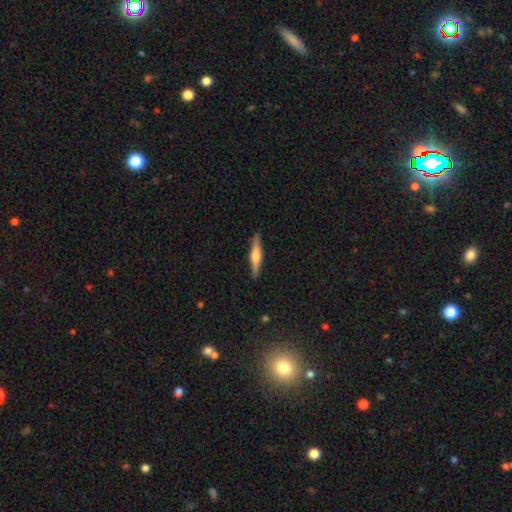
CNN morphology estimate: Smooth or featured? Predicted: featured or disk (p=0.58). Edge-on disk? Predicted: yes (p=0.97). Edge-on bulge? Predicted: rounded (p=0.82). Merging? Predicted: none (p=0.90).